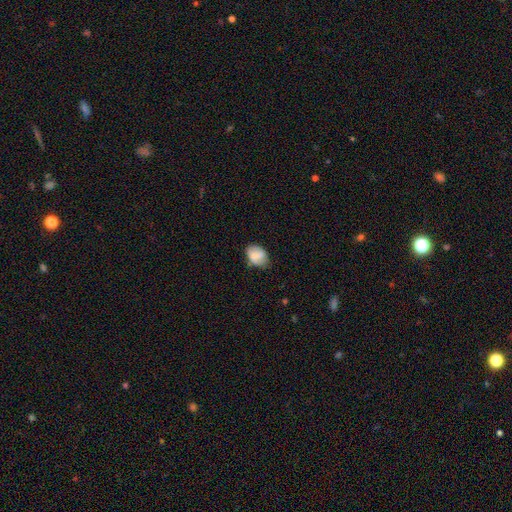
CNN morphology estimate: smooth 68%, featured or disk 24%, star or artifact 8%. Down the decision tree: how rounded — in between (74%); merging — none (61%).